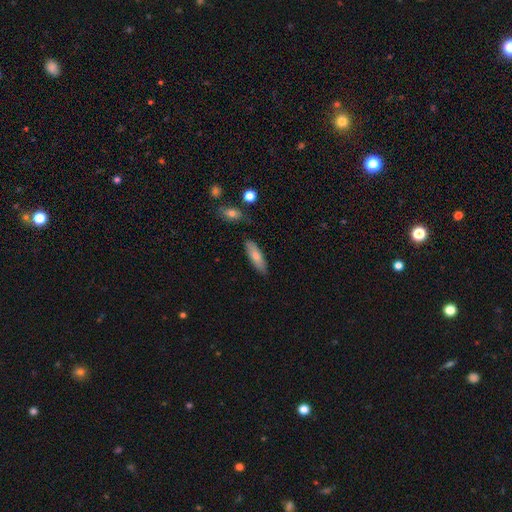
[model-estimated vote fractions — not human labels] A smooth galaxy with no disk features (73%) that is cigar-shaped (51%). Merging: none (82%).